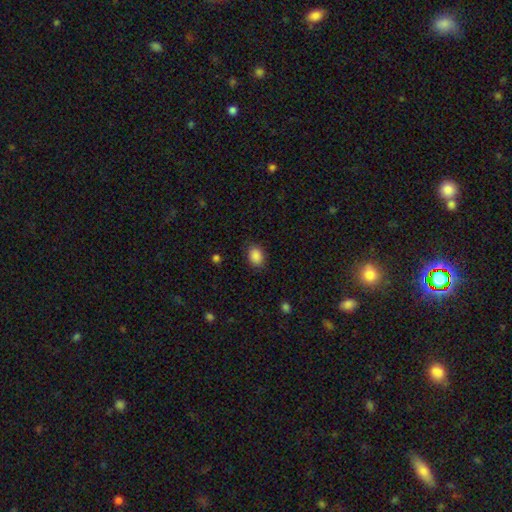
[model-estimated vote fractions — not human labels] Smooth or featured? Predicted: smooth (p=0.88). How rounded? Predicted: in between (p=0.68). Merging? Predicted: none (p=0.86).